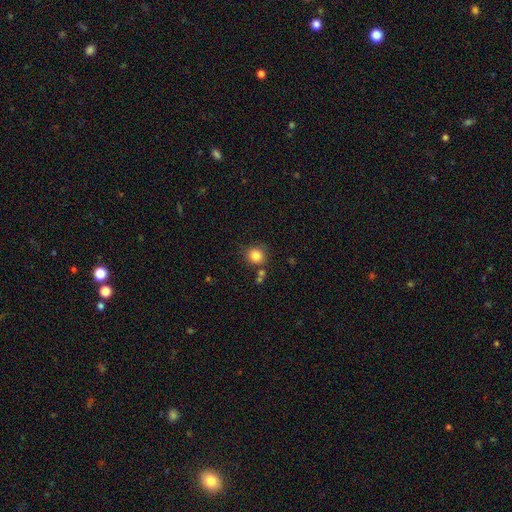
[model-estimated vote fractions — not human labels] The model was most divided on "merging": none: 75%, minor disturbance: 13%, merger: 9%, major disturbance: 4%. More confident: how rounded — round (85%); smooth or featured — smooth (83%).